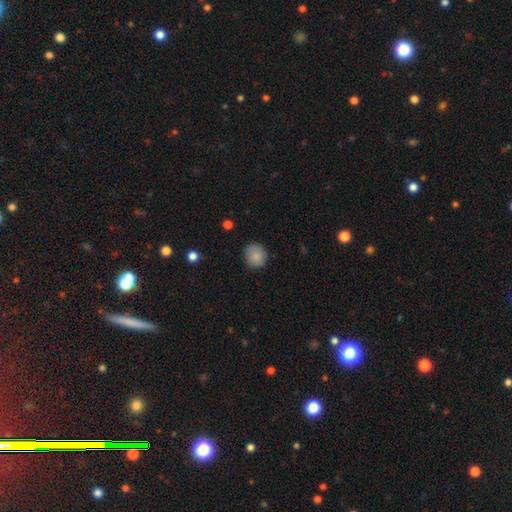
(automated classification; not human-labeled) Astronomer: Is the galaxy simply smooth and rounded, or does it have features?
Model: smooth — 86%.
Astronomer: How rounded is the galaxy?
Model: round — 86%.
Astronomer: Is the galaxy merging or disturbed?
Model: none — 81%.